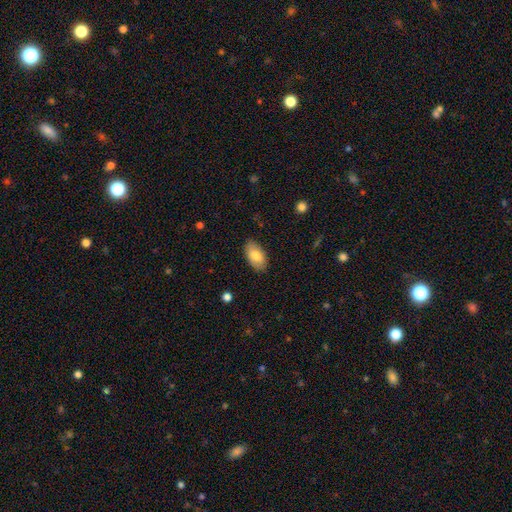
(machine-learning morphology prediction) Q: Smooth or featured?
A: smooth (79%); runner-up: featured or disk (14%)
Q: How rounded?
A: in between (94%); runner-up: round (4%)
Q: Merging?
A: none (86%); runner-up: minor disturbance (11%)